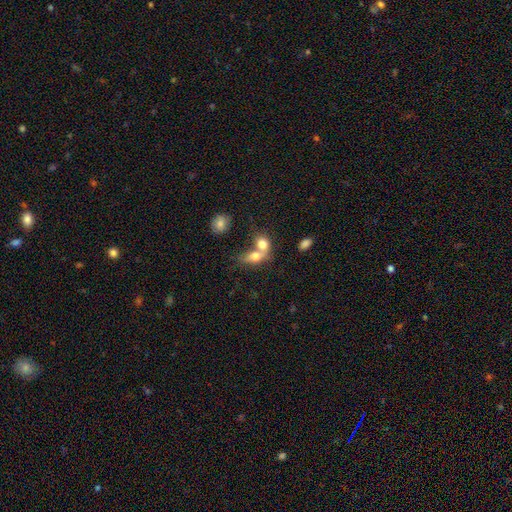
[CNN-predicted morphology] smooth-or-featured: smooth: 75% | featured or disk: 16% | star or artifact: 9%
  how-rounded: in between: 66% | round: 30% | cigar-shaped: 5%
  merging: merger: 70% | none: 19% | minor disturbance: 7% | major disturbance: 5%